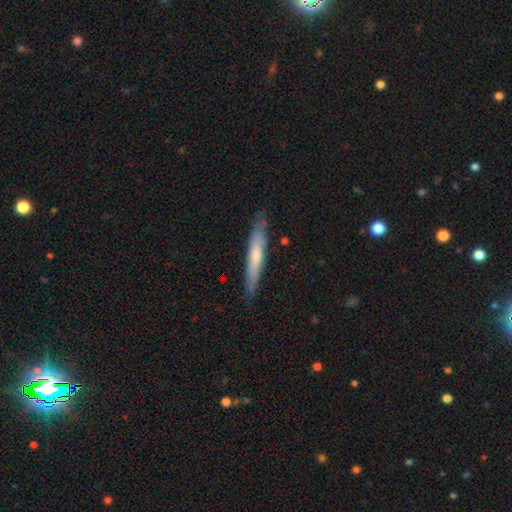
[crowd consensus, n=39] Smooth or featured? 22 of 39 (56%) said smooth. How rounded? 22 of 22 (100%) said cigar-shaped. Merging? 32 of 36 (89%) said none.